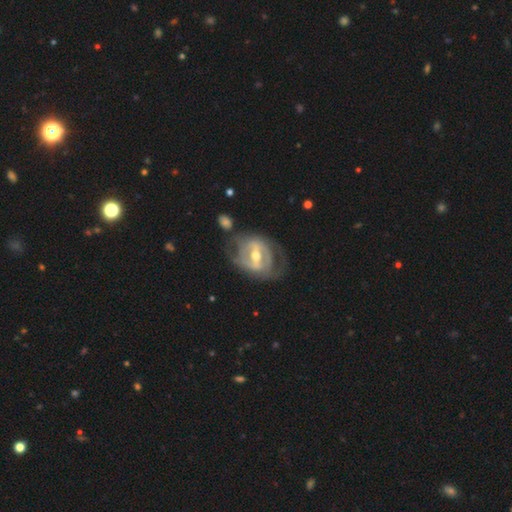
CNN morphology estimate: smooth-or-featured: featured or disk: 84% | smooth: 11% | star or artifact: 4%
  disk-edge-on: no: 95% | yes: 5%
    bar: strong: 61% | weak: 29% | no: 10%
    has-spiral-arms: yes: 73% | no: 27%
      spiral-winding: tight: 48% | medium: 36% | loose: 17%
      spiral-arm-count: 2: 57% | can't tell: 26% | 3: 8% | 1: 5% | 4: 2% | more than 4: 2%
    bulge-size: moderate: 72% | small: 20% | large: 6% | none: 1% | dominant: 1%
  merging: none: 57% | minor disturbance: 21% | major disturbance: 17% | merger: 5%